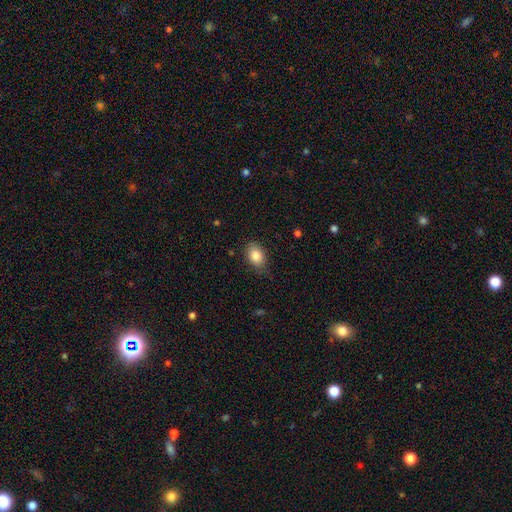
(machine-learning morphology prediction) The model was most divided on "merging": none: 77%, minor disturbance: 19%, major disturbance: 3%, merger: 1%. More confident: smooth or featured — smooth (84%); how rounded — in between (80%).